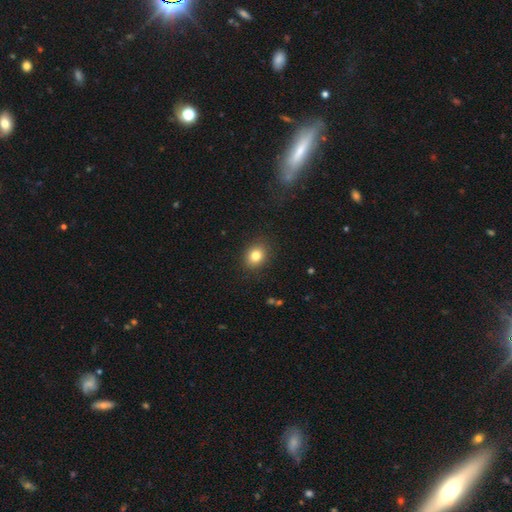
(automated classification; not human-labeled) Smooth or featured: smooth — 82% (star or artifact — 11%)
How rounded: round — 56% (in between — 43%)
Merging: none — 87% (minor disturbance — 9%)